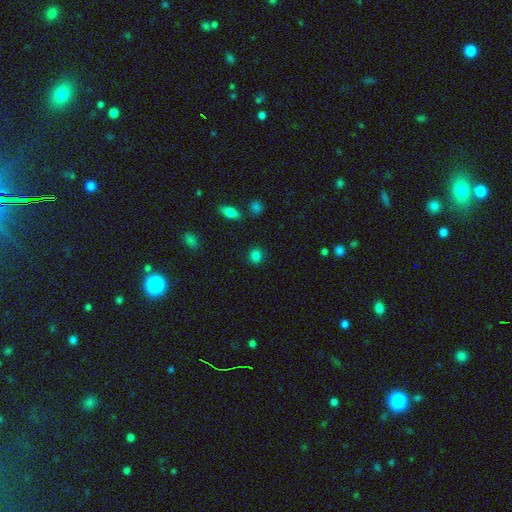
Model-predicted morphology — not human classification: This appears to be a smooth galaxy with no disk features (84%) that is round (81%). Merging: none (88%).